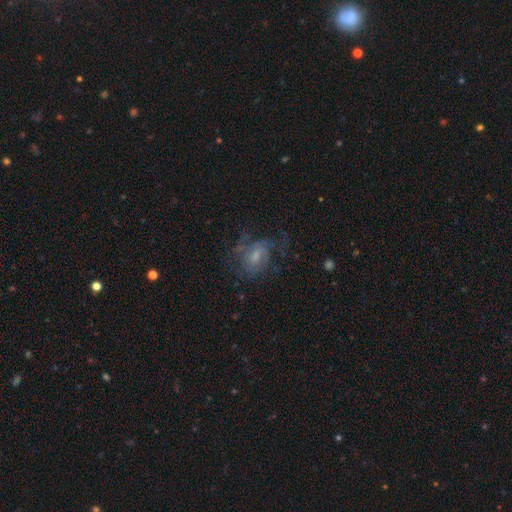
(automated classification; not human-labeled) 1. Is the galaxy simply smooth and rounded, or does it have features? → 64% featured or disk, 24% smooth, 11% star or artifact.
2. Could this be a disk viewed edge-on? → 97% no, 3% yes.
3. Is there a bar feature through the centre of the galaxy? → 46% weak (tied), 46% no (tied), 8% strong.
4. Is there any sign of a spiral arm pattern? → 73% yes, 27% no.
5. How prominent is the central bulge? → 41% small, 37% moderate, 15% none, 5% large, 1% dominant.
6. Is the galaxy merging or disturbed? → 48% none, 28% major disturbance, 21% minor disturbance, 2% merger.